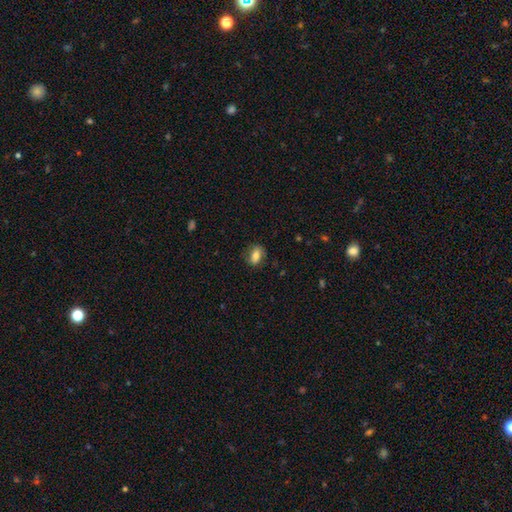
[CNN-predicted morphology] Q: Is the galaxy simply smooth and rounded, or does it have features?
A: smooth — 78%.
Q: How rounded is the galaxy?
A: in between — 82%.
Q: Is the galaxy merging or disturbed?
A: none — 77%.